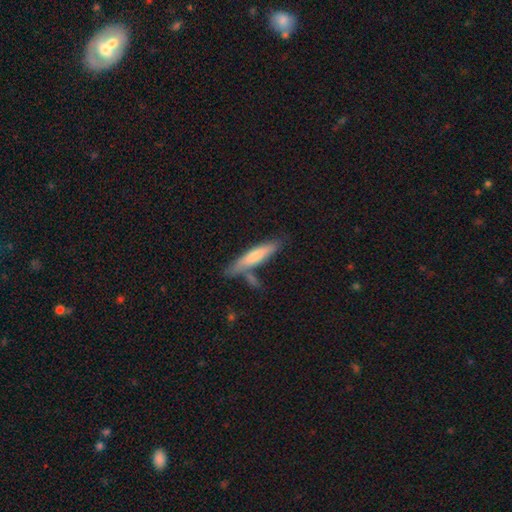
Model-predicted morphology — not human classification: smooth 62%, featured or disk 32%, star or artifact 6%. Down the decision tree: how rounded — cigar-shaped (86%); merging — none (67%).